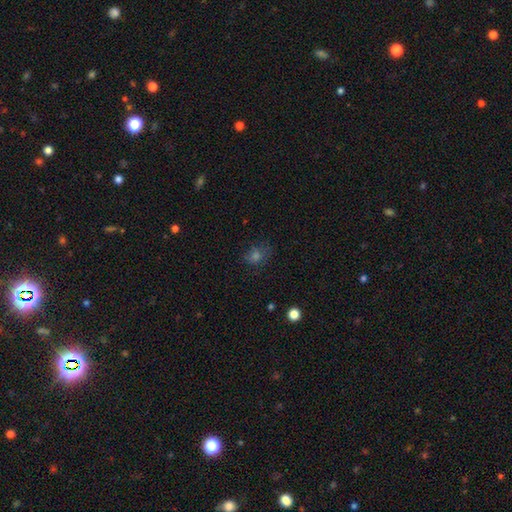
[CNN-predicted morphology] A smooth galaxy with no disk features (57%) that is round (59%).

Vote fractions:
- Smooth or featured? smooth: 57% / star or artifact: 27% / featured or disk: 15%
- How rounded? round: 59% / in between: 40% / cigar-shaped: 1%
- Merging? none: 72% / minor disturbance: 18% / major disturbance: 9% / merger: 2%